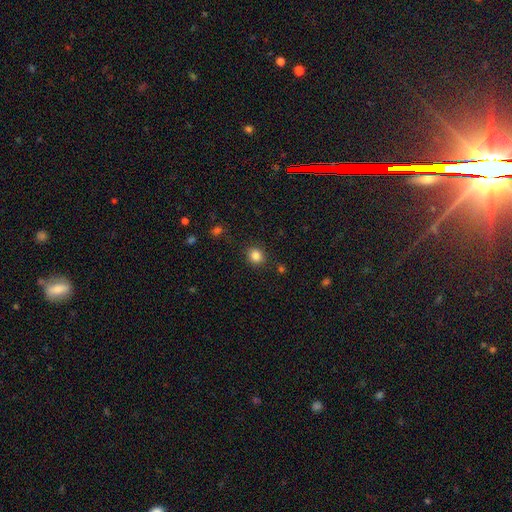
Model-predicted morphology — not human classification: A smooth galaxy with no disk features (84%) that is round (83%). Merging: none (87%).